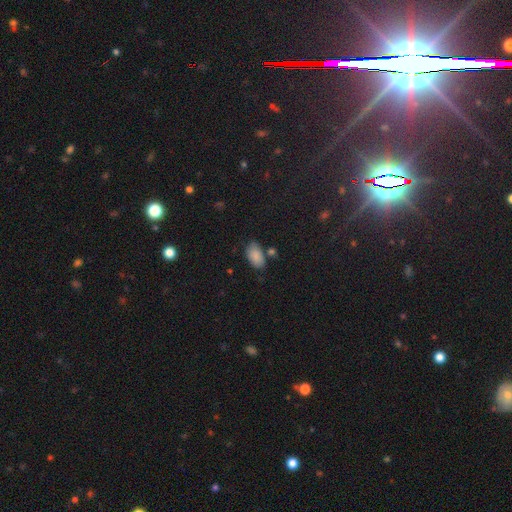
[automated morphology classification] Smooth or featured? Predicted: smooth (p=0.86). How rounded? Predicted: in between (p=0.93). Merging? Predicted: none (p=0.67).